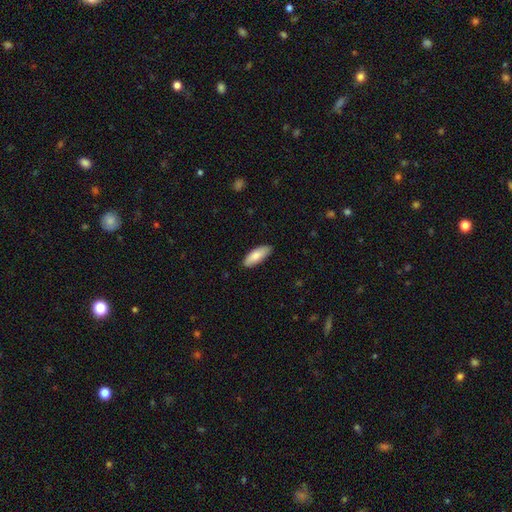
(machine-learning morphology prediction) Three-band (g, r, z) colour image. It shows a smooth galaxy with no disk features (84%) that is in between round and cigar-shaped (75%). Merging: none (86%).